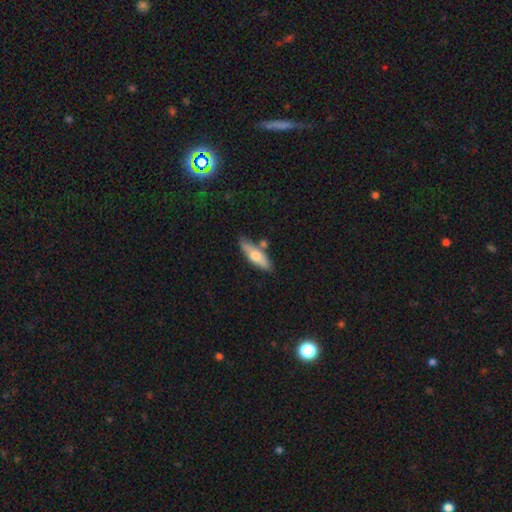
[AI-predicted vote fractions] smooth 59%, featured or disk 36%, star or artifact 6%. Down the decision tree: how rounded — cigar-shaped (51%); merging — none (70%).